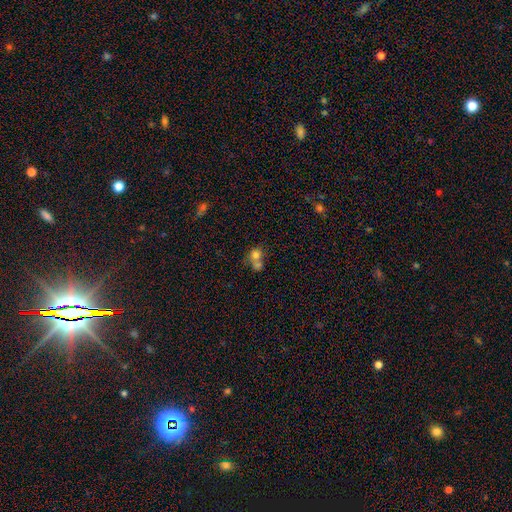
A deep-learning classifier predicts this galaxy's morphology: Overall: smooth (72%). How rounded: round (67%; in between 32%). Merging: merger (63%; none 25%).